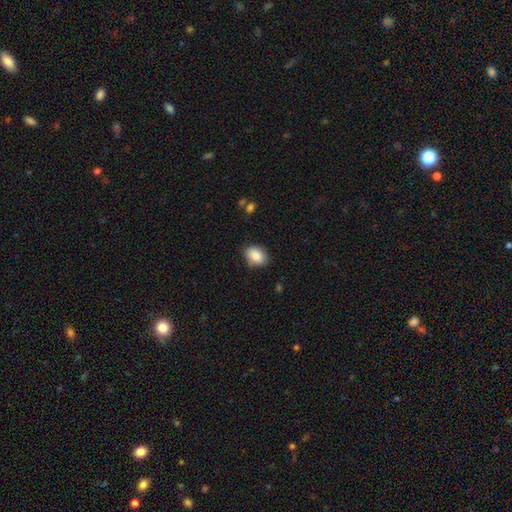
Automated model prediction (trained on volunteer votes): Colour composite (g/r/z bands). It shows a smooth galaxy with no disk features (87%) that is in between round and cigar-shaped (75%). Merging: none (80%).